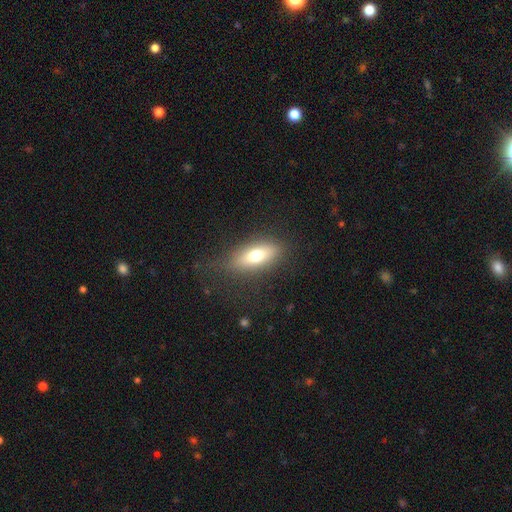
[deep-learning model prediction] Overall: smooth (69%). How rounded: in between (72%). Merging: none (78%).